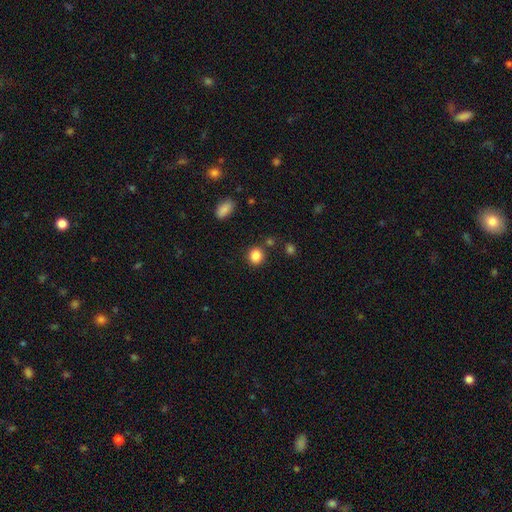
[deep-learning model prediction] Morphology: type=smooth (86%); roundness=round (83%); merging=none (84%).